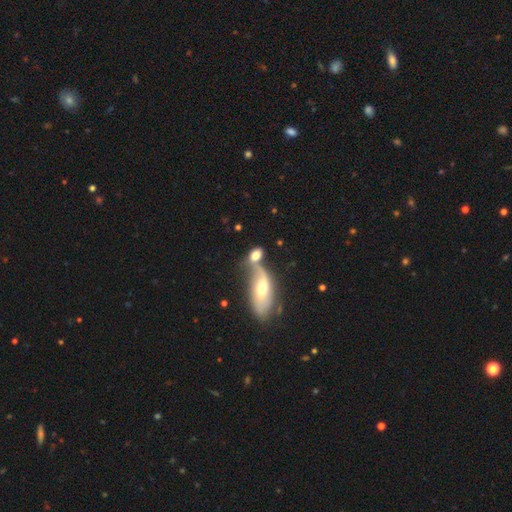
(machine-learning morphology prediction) Q: Smooth or featured?
A: smooth (69%); runner-up: featured or disk (22%)
Q: How rounded?
A: in between (74%); runner-up: round (18%)
Q: Merging?
A: merger (49%); runner-up: none (30%)